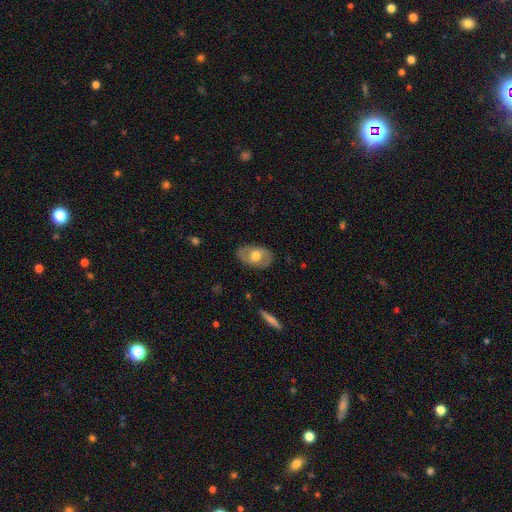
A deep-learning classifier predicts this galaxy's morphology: featured or disk 47% (tied), smooth 47% (tied), star or artifact 6%. Down the decision tree: merging — none (82%).